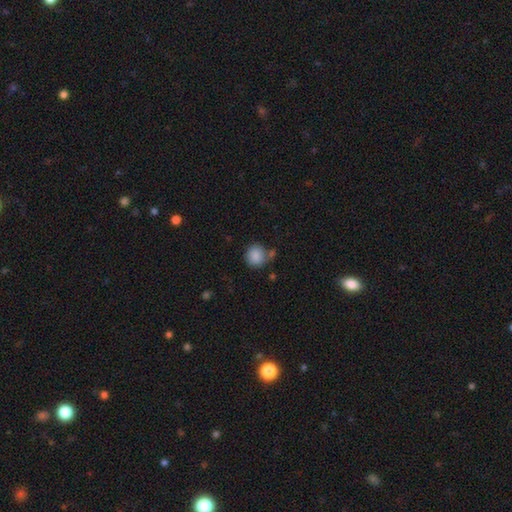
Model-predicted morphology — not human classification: smooth-or-featured: smooth: 87% | star or artifact: 9% | featured or disk: 5%
  how-rounded: round: 88% | in between: 11% | cigar-shaped: 1%
  merging: none: 70% | minor disturbance: 14% | merger: 12% | major disturbance: 5%